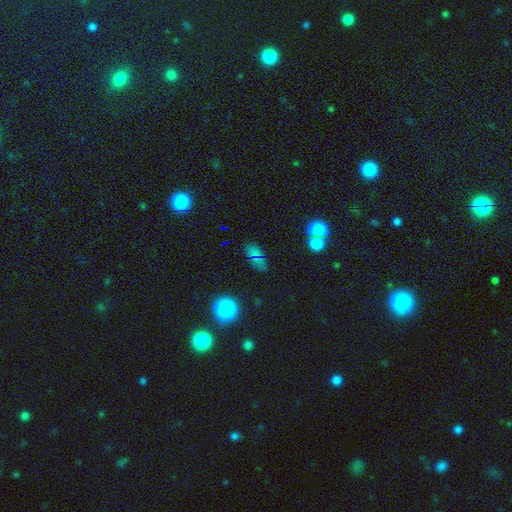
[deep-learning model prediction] Q: Smooth or featured?
A: smooth (65%); runner-up: star or artifact (26%)
Q: How rounded?
A: in between (83%); runner-up: round (10%)
Q: Merging?
A: none (80%); runner-up: minor disturbance (12%)